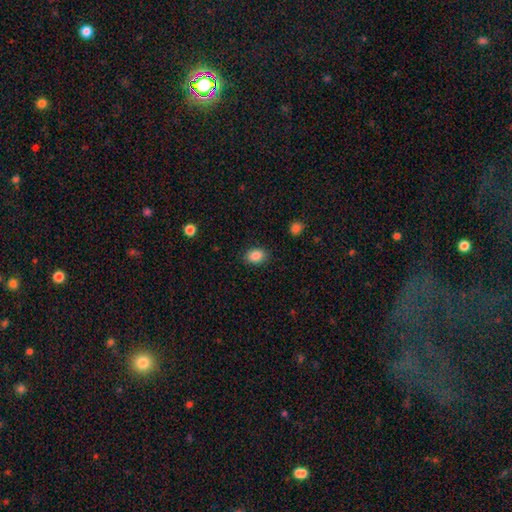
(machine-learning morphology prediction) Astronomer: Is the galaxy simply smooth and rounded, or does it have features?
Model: smooth — 87%.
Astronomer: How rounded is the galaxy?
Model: in between — 71%.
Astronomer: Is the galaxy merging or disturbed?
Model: none — 86%.